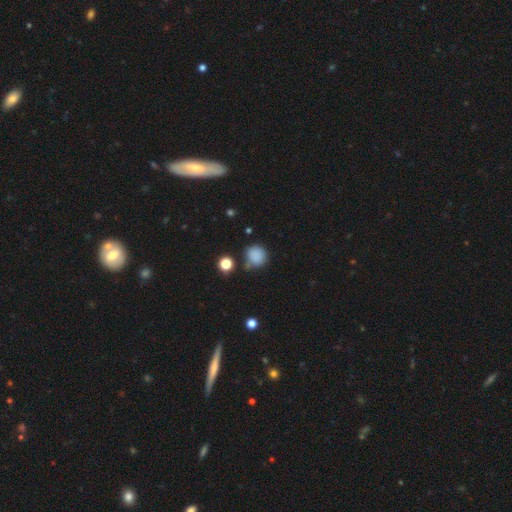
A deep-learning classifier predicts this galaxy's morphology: This appears to be a smooth galaxy with no disk features (83%) that is round (85%). Merging: none (61%).